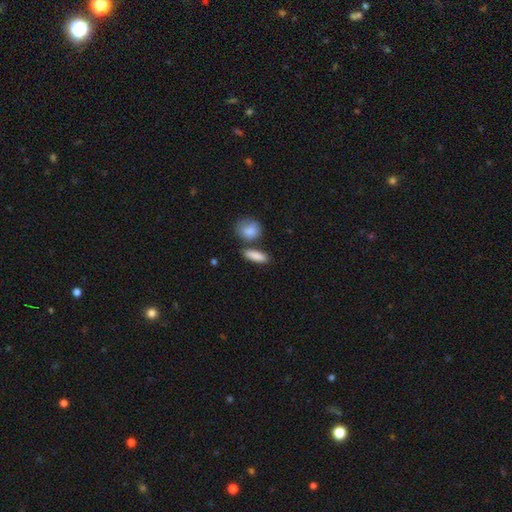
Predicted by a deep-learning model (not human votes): Morphology: type=smooth (87%); roundness=in between (56%); merging=none (69%).